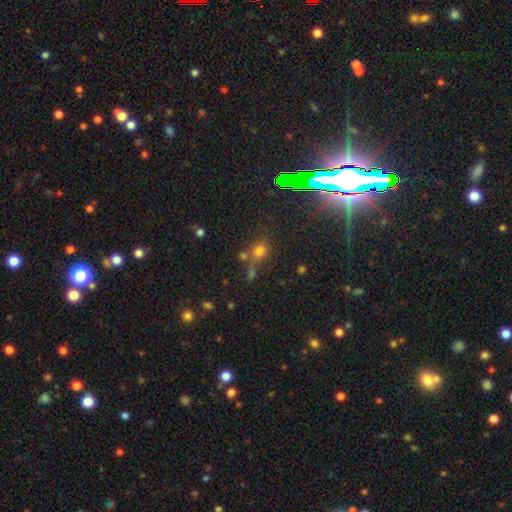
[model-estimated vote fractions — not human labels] Q: Smooth or featured?
A: star or artifact (52%); runner-up: smooth (37%)